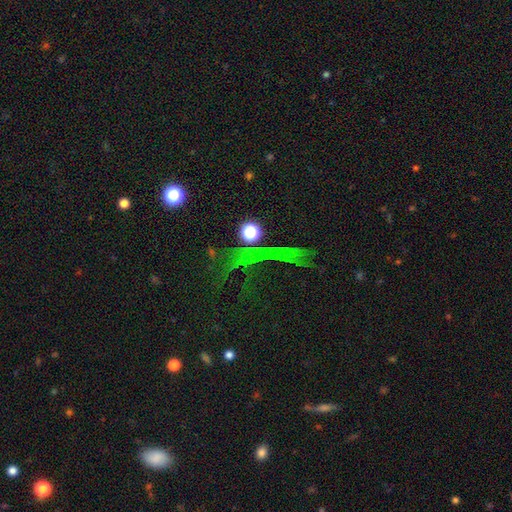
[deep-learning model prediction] smooth_or_featured: star or artifact (p=0.61) [alt: smooth p=0.25]